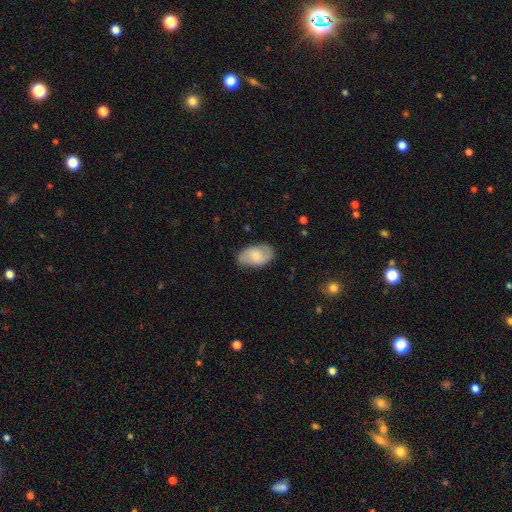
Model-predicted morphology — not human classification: Smooth or featured? Predicted: smooth (p=0.52). How rounded? Predicted: in between (p=0.93). Merging? Predicted: none (p=0.76).